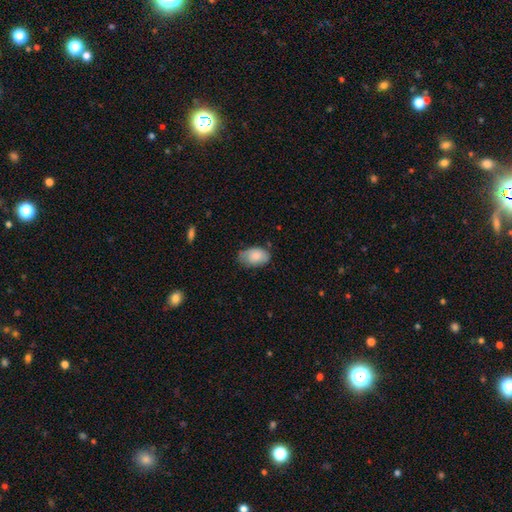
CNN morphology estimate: Smooth or featured: smooth — 82% (featured or disk — 12%)
How rounded: in between — 92% (round — 6%)
Merging: none — 63% (minor disturbance — 30%)